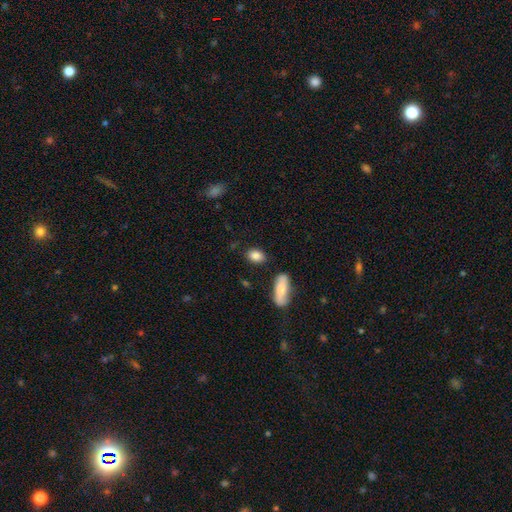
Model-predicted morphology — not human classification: Smooth or featured: smooth — 86% (star or artifact — 7%)
How rounded: in between — 80% (round — 17%)
Merging: none — 82% (minor disturbance — 11%)